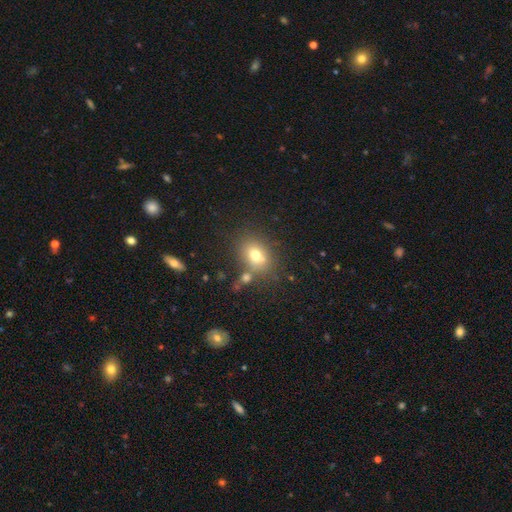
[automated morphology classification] smooth-or-featured: smooth: 72% | featured or disk: 15% | star or artifact: 13%
  how-rounded: in between: 56% | round: 43% | cigar-shaped: 1%
  merging: none: 65% | merger: 15% | minor disturbance: 14% | major disturbance: 6%